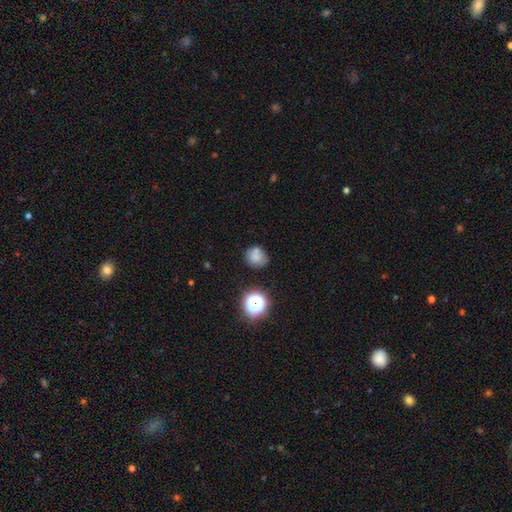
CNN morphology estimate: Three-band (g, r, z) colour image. It shows a smooth galaxy with no disk features (74%) that is round (78%). Merging: none (63%).